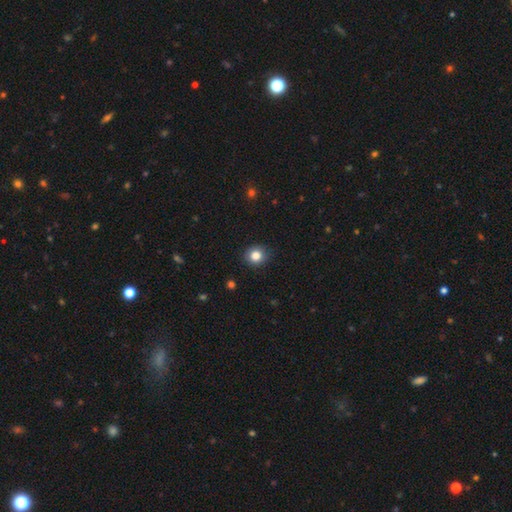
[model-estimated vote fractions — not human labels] The model was most divided on "how rounded": round: 83%, in between: 16%, cigar-shaped: 1%. More confident: merging — none (88%); smooth or featured — smooth (83%).